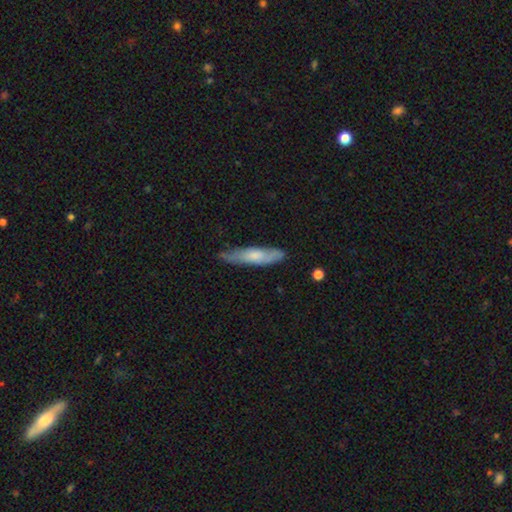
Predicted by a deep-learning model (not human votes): smooth 59%, featured or disk 35%, star or artifact 5%. Down the decision tree: how rounded — cigar-shaped (80%); merging — none (69%).